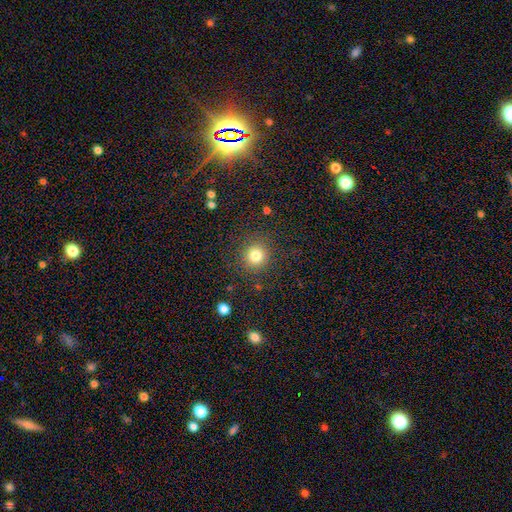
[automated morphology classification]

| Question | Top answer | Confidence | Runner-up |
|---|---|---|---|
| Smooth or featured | smooth | 81% | star or artifact (13%) |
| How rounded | round | 91% | in between (8%) |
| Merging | none | 88% | minor disturbance (7%) |